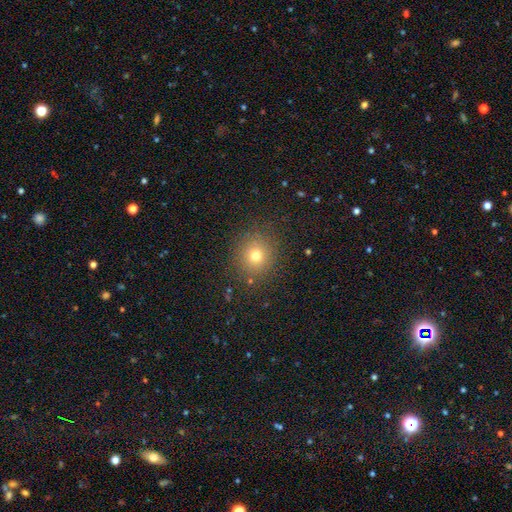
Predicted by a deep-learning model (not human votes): The model was most divided on "smooth or featured": smooth: 73%, star or artifact: 17%, featured or disk: 9%. More confident: merging — none (86%); how rounded — round (86%).